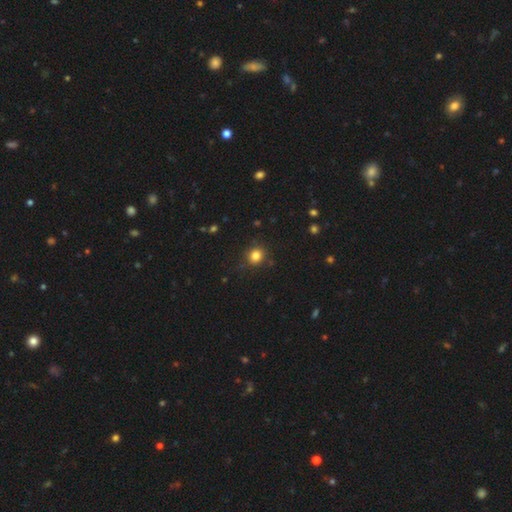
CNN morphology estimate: smooth 82%, star or artifact 13%, featured or disk 5%. Down the decision tree: how rounded — round (86%); merging — none (86%).